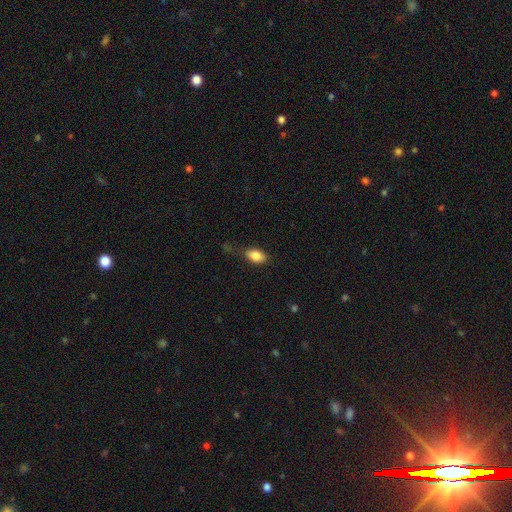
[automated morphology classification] smooth_or_featured: smooth (p=0.84) [alt: featured or disk p=0.08]
how_rounded: in between (p=0.88) [alt: round p=0.08]
merging: none (p=0.70) [alt: minor disturbance p=0.21]